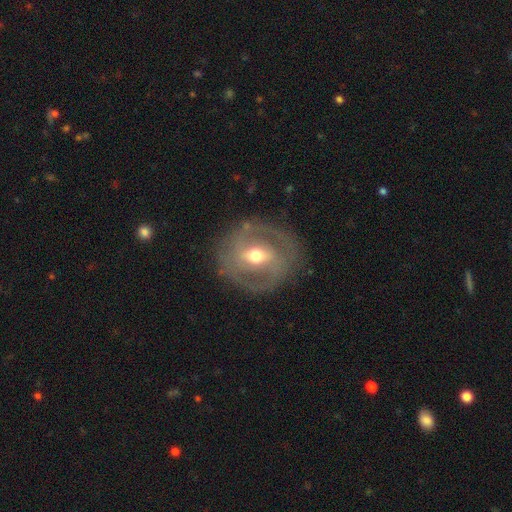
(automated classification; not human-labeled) Smooth or featured: featured or disk — 71% (smooth — 23%)
Edge-on disk: no — 93% (yes — 7%)
Bar: strong — 42% (weak — 38%)
Spiral arms: no — 51% (yes — 49%)
Bulge size: moderate — 73% (small — 16%)
Merging: none — 79% (minor disturbance — 12%)